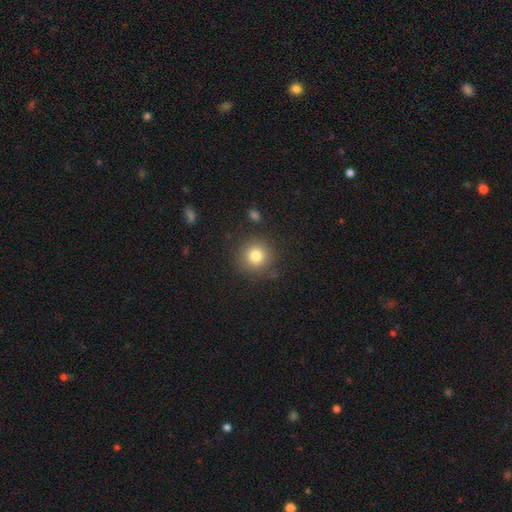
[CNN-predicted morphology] This is likely a smooth galaxy (79%). How rounded: clearly round (93%). Merging: clearly none (86%).